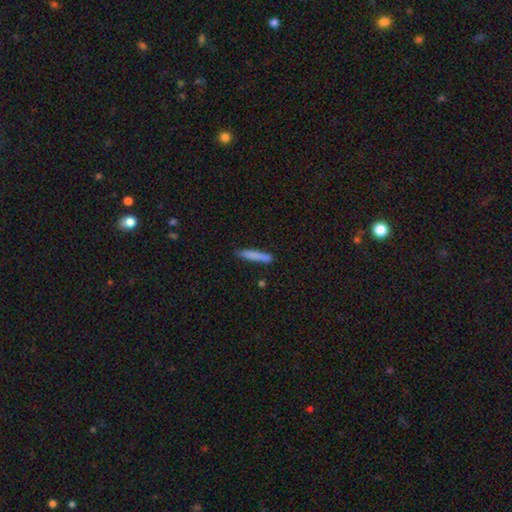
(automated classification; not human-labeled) smooth 79%, featured or disk 14%, star or artifact 7%. Down the decision tree: how rounded — cigar-shaped (93%); merging — none (79%).